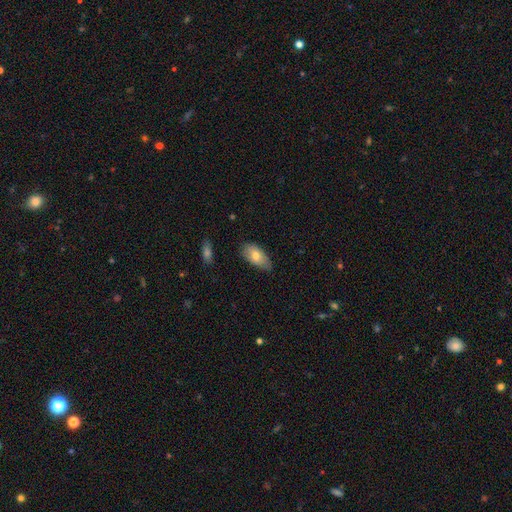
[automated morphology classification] This appears to be a smooth galaxy with no disk features (75%) that is in between round and cigar-shaped (92%). Merging: none (72%).